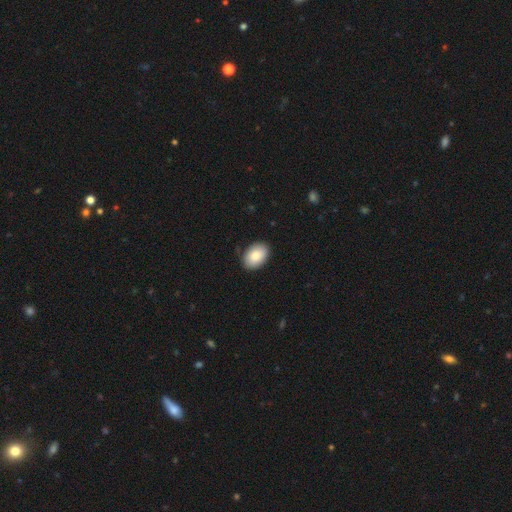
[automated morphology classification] A smooth galaxy with no disk features (86%) that is in between round and cigar-shaped (88%).

Vote fractions:
- Smooth or featured? smooth: 86% / featured or disk: 8% / star or artifact: 6%
- How rounded? in between: 88% / round: 11% / cigar-shaped: 1%
- Merging? none: 88% / minor disturbance: 9% / major disturbance: 2% / merger: 1%